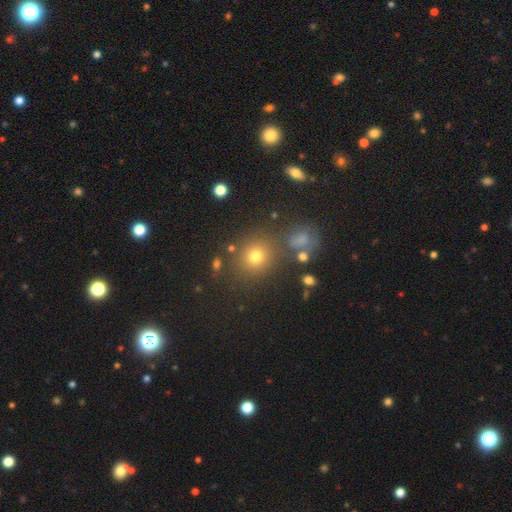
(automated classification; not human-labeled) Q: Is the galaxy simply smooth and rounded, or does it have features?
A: smooth — 70%.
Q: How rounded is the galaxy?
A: round — 84%.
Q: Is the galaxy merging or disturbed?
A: none — 76%.